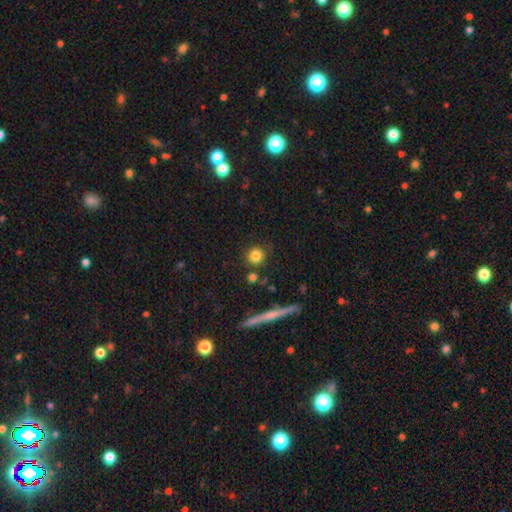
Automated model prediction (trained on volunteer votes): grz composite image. It shows a smooth galaxy with no disk features (81%) that is round (92%). Merging: none (83%).